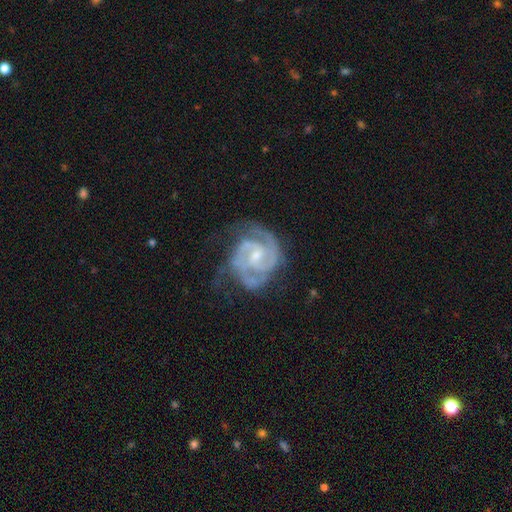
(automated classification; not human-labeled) This is clearly a featured or disk galaxy (91%). It is clearly not viewed edge-on (98%). Bar: possibly weak (47%). Spiral arm pattern: clearly yes (98%). Spiral arm count: possibly 2 (59%). Spiral winding: possibly tight (58%). Central bulge: likely small (60%). Merging: possibly none (60%).